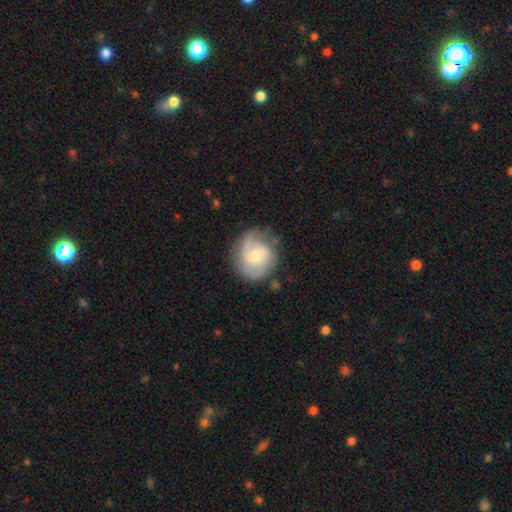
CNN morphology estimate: This appears to be a featured or disk galaxy (68%) with no bar (60%), 2 (54%) medium (42%) spiral arms (88%) and a moderate central bulge (53%). Merging: none (66%).